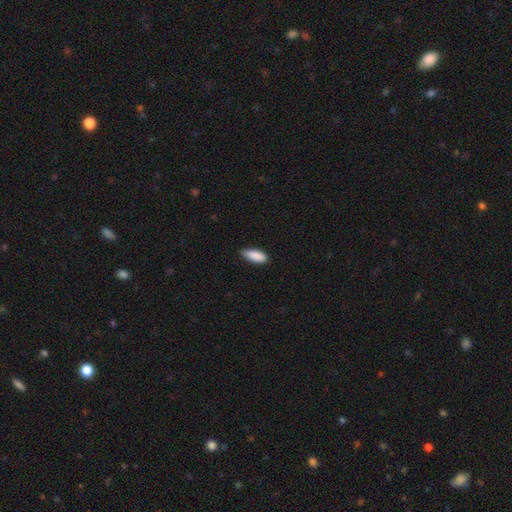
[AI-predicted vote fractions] This is clearly a smooth galaxy (89%). How rounded: clearly in between (80%). Merging: likely none (71%).